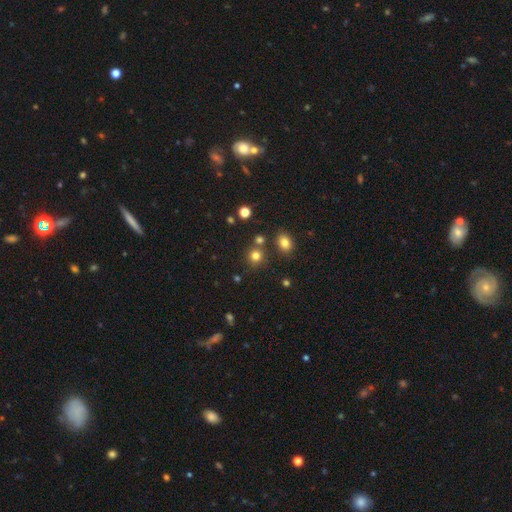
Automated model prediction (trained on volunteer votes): Q: Smooth or featured?
A: smooth (78%); runner-up: star or artifact (16%)
Q: How rounded?
A: round (86%); runner-up: in between (13%)
Q: Merging?
A: none (77%); runner-up: merger (11%)